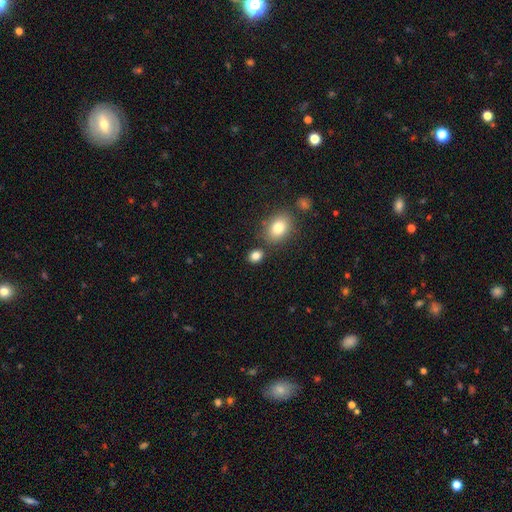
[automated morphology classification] Smooth or featured? Predicted: smooth (p=0.83). How rounded? Predicted: in between (p=0.51). Merging? Predicted: none (p=0.76).